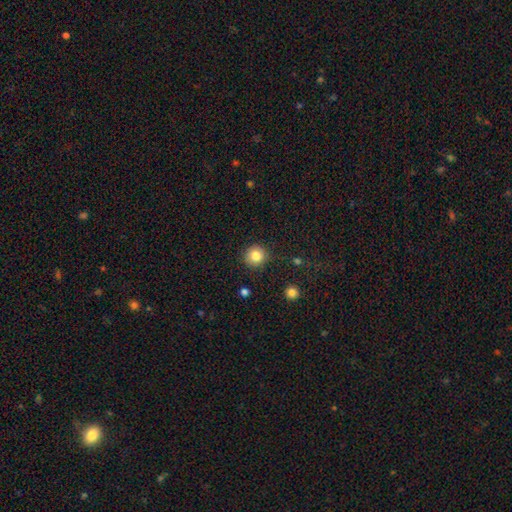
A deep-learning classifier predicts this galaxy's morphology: This appears to be a smooth galaxy with no disk features (83%) that is round (93%). Merging: none (89%).